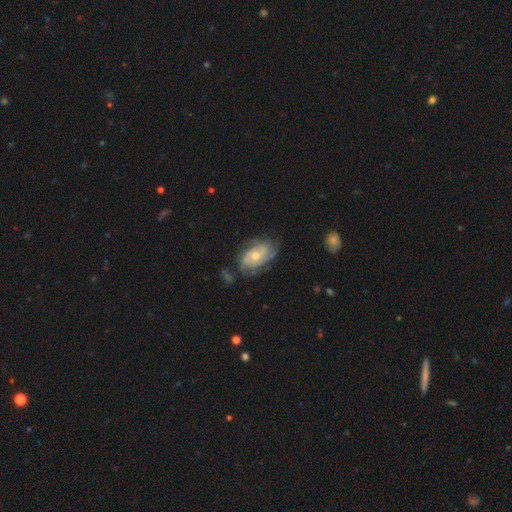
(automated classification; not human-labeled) smooth_or_featured: featured or disk (p=0.77) [alt: smooth p=0.18]
disk_edge_on: no (p=0.96) [alt: yes p=0.04]
bar: no (p=0.71) [alt: weak p=0.25]
has_spiral_arms: yes (p=0.91) [alt: no p=0.09]
spiral_winding: tight (p=0.49) [alt: medium p=0.38]
spiral_arm_count: 2 (p=0.34) [alt: can't tell p=0.31]
bulge_size: moderate (p=0.48) [alt: small p=0.47]
merging: none (p=0.64) [alt: minor disturbance p=0.24]